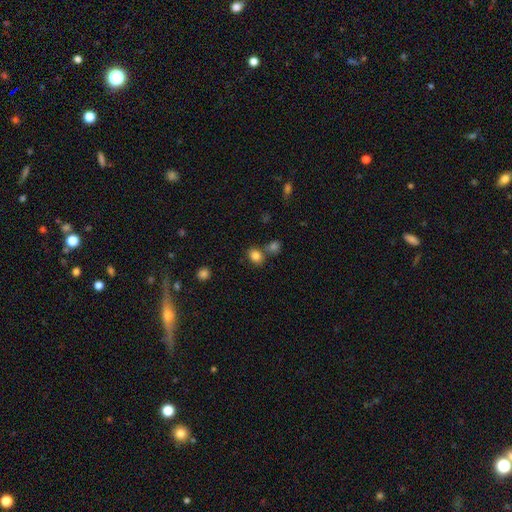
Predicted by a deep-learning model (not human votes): smooth 83%, star or artifact 11%, featured or disk 6%. Down the decision tree: how rounded — round (54%); merging — none (66%).